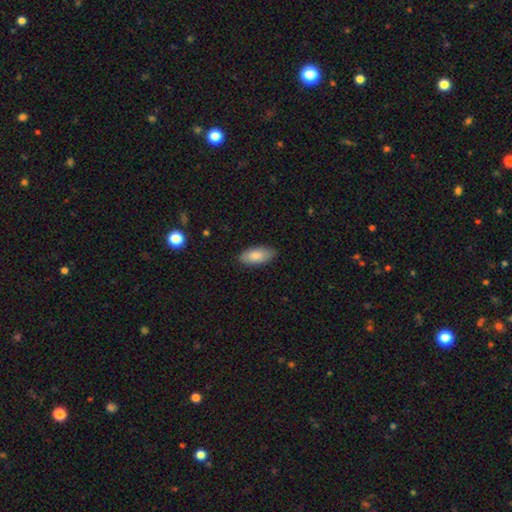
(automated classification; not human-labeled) A smooth galaxy with no disk features (84%) that is in between round and cigar-shaped (91%). Merging: none (83%).